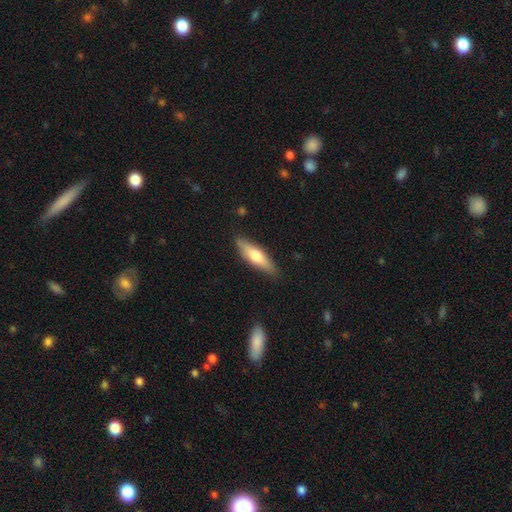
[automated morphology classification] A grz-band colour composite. It shows a smooth galaxy with no disk features (59%) that is cigar-shaped (61%). Merging: none (85%).